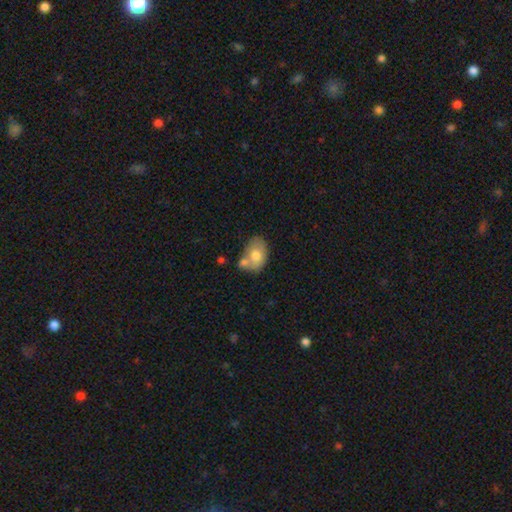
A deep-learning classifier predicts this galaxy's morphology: Smooth or featured: smooth — 70% (featured or disk — 23%)
How rounded: in between — 82% (round — 17%)
Merging: none — 39% (merger — 36%)